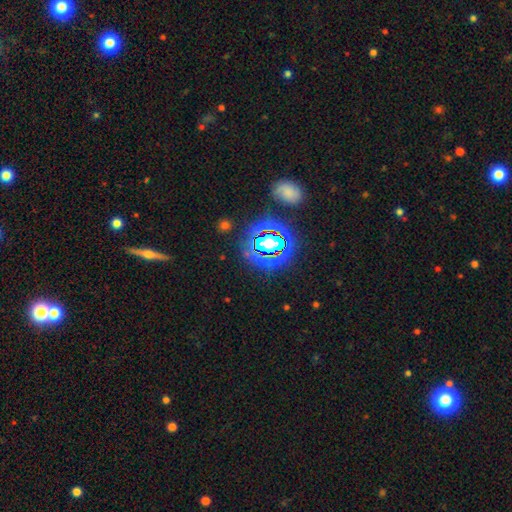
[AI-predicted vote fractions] The model was most divided on "smooth or featured": star or artifact: 73%, smooth: 17%, featured or disk: 11%.